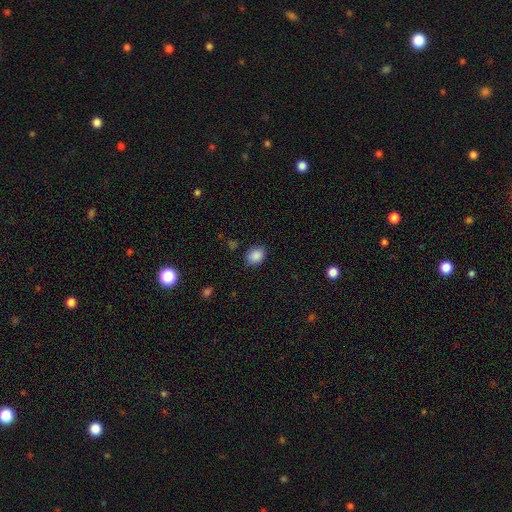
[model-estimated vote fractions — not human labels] Smooth or featured: smooth — 87% (star or artifact — 9%)
How rounded: in between — 53% (round — 46%)
Merging: none — 81% (minor disturbance — 14%)